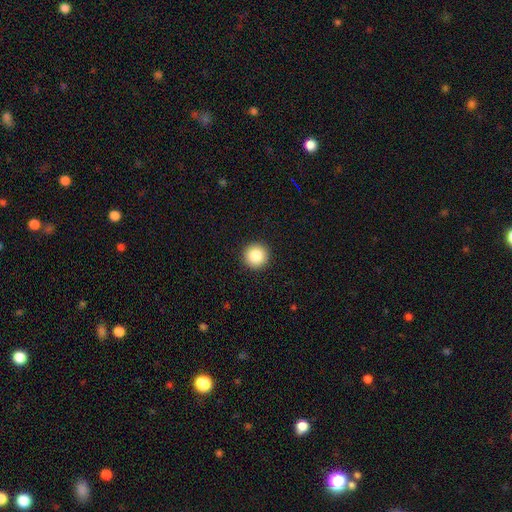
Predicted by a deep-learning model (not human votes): Q: Smooth or featured?
A: smooth (86%); runner-up: star or artifact (9%)
Q: How rounded?
A: round (96%); runner-up: in between (3%)
Q: Merging?
A: none (93%); runner-up: minor disturbance (4%)